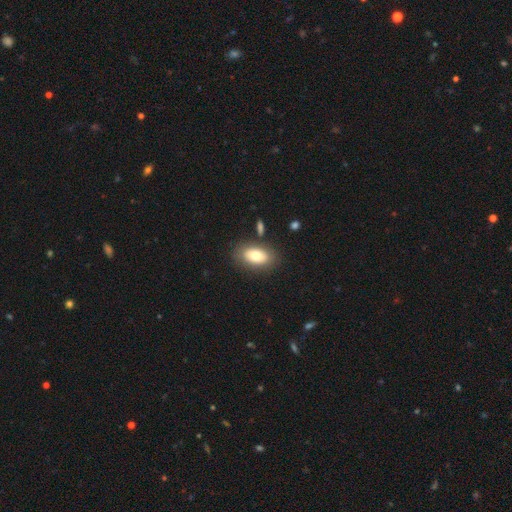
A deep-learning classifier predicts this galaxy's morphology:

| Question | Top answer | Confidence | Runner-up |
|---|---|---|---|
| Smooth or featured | smooth | 74% | featured or disk (19%) |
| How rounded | in between | 91% | round (7%) |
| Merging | none | 80% | minor disturbance (12%) |